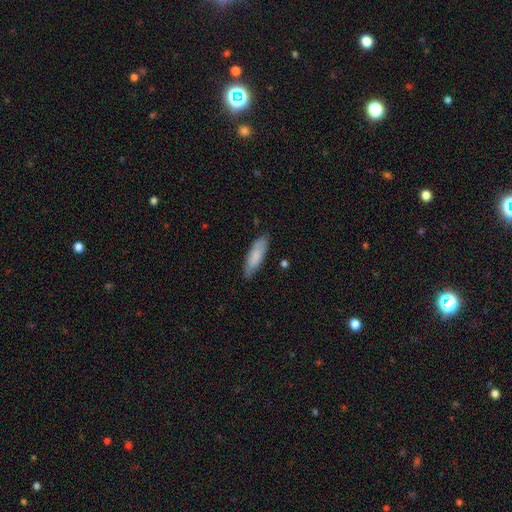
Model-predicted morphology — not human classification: smooth 82%, featured or disk 13%, star or artifact 6%. Down the decision tree: how rounded — in between (54%); merging — none (79%).